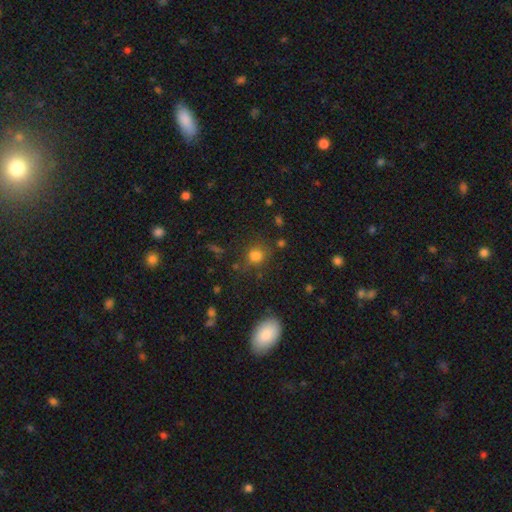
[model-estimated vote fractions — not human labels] The model was most divided on "how rounded": round: 72%, in between: 26%, cigar-shaped: 2%. More confident: smooth or featured — smooth (75%); merging — none (70%).